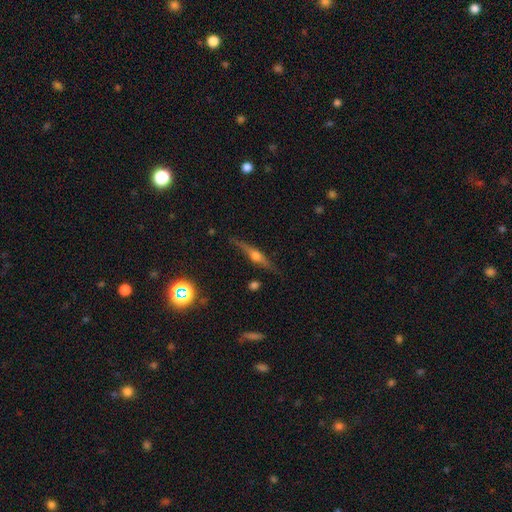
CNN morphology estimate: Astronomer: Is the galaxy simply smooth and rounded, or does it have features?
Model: featured or disk — 74%.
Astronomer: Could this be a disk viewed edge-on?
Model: yes — 97%.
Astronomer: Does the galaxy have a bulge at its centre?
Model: rounded — 93%.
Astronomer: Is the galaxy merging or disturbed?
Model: none — 85%.